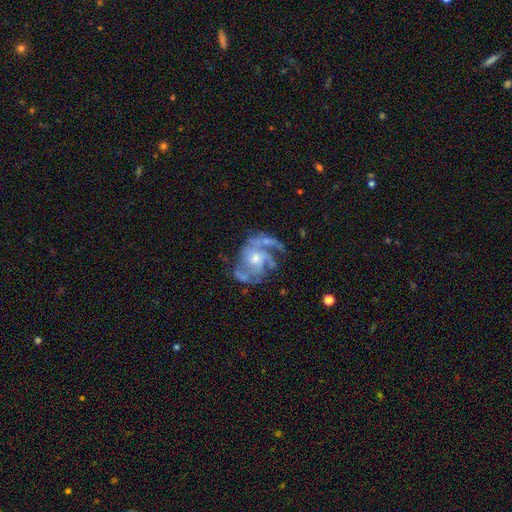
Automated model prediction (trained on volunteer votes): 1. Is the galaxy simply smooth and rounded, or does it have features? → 86% featured or disk, 8% smooth, 6% star or artifact.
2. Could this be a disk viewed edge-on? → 98% no, 2% yes.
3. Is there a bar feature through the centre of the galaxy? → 72% no, 24% weak, 5% strong.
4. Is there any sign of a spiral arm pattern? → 92% yes, 8% no.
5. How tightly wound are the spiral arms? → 46% medium, 30% tight, 24% loose.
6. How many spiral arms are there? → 31% 3, 21% can't tell, 19% 2, 14% 4, 8% 1, 7% more than 4.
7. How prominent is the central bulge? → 49% small, 43% moderate, 3% large, 3% none, 1% dominant.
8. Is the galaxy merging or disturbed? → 51% none, 25% major disturbance, 19% minor disturbance, 5% merger.